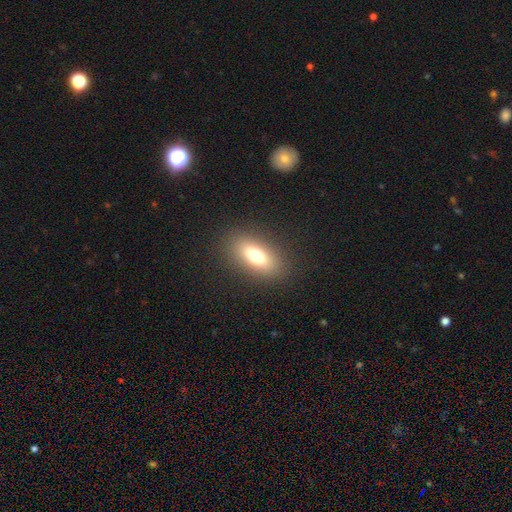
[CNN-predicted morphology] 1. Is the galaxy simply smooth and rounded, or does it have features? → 73% smooth, 17% featured or disk, 10% star or artifact.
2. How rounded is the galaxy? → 81% in between, 13% cigar-shaped, 6% round.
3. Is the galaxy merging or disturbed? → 87% none, 8% minor disturbance, 4% major disturbance, 1% merger.